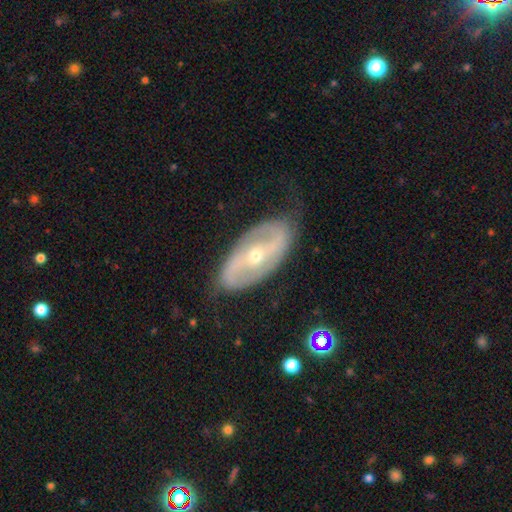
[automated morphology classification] A featured or disk galaxy (81%) with a strong bar (39%), 2 (85%) medium (41%) spiral arms (80%) and a small central bulge (58%).

Vote fractions:
- Smooth or featured? featured or disk: 81% / smooth: 13% / star or artifact: 6%
- Edge-on disk? no: 93% / yes: 7%
- Bar? strong: 39% / weak: 31% / no: 30%
- Spiral arms? yes: 80% / no: 20%
- Spiral winding? medium: 41% / loose: 34% / tight: 25%
- Spiral arm count? 2: 85% / can't tell: 9% / 1: 2% / 3: 1% / 4: 1% / more than 4: 1%
- Bulge size? small: 58% / moderate: 39% / large: 1% / dominant: 1% / none: 1%
- Merging? none: 72% / minor disturbance: 19% / major disturbance: 8% / merger: 1%